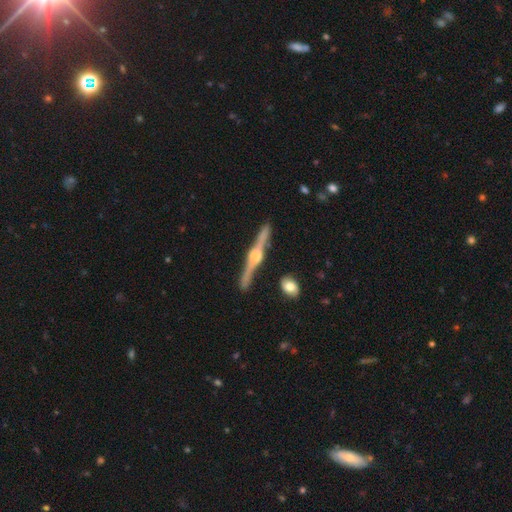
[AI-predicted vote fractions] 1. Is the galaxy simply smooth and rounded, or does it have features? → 86% featured or disk, 9% smooth, 5% star or artifact.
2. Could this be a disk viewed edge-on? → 98% yes, 2% no.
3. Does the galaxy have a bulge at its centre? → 90% rounded, 6% boxy, 4% none.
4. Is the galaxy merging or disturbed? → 88% none, 8% minor disturbance, 3% merger, 2% major disturbance.